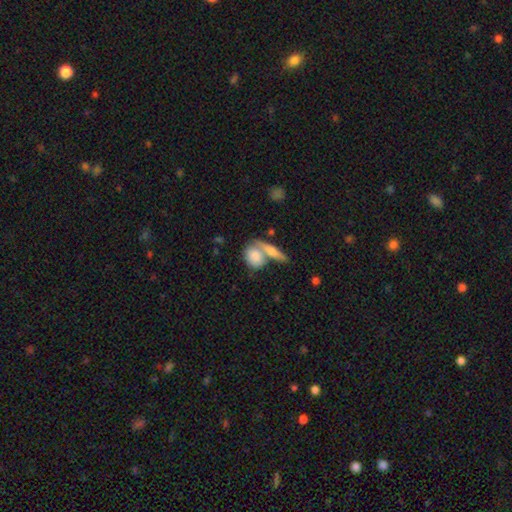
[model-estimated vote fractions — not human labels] Smooth or featured? Predicted: smooth (p=0.77). How rounded? Predicted: in between (p=0.52). Merging? Predicted: merger (p=0.49).